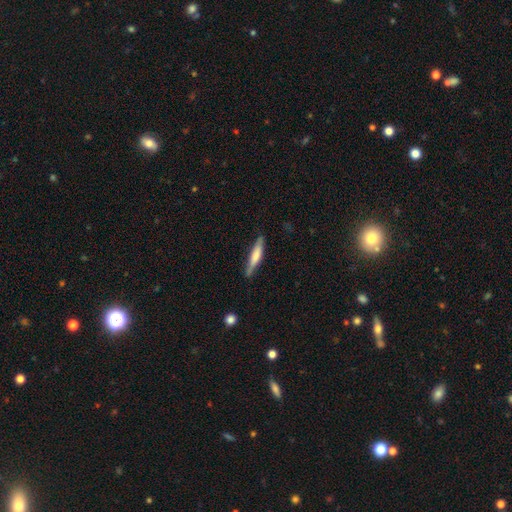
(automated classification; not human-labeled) Smooth or featured? Predicted: smooth (p=0.57). How rounded? Predicted: cigar-shaped (p=0.89). Merging? Predicted: none (p=0.82).